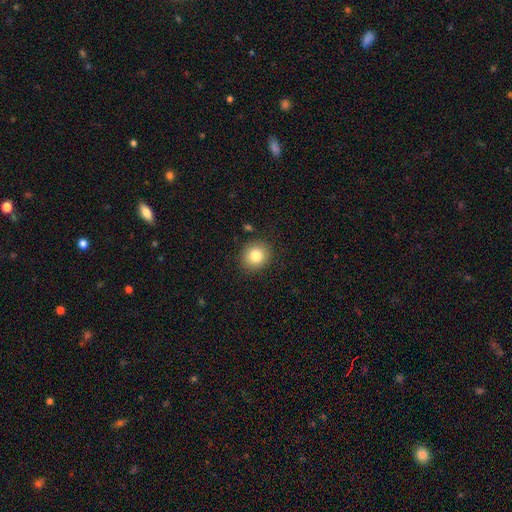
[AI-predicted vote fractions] Smooth or featured? smooth (82%)
How rounded? round (82%)
Merging? none (89%)